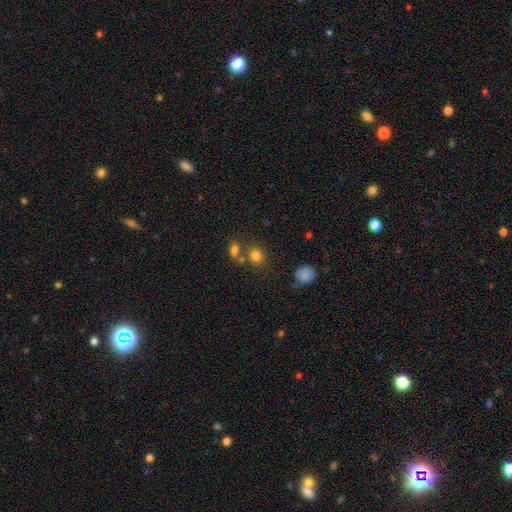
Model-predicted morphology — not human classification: Smooth or featured: smooth — 80% (star or artifact — 14%)
How rounded: round — 75% (in between — 24%)
Merging: none — 64% (merger — 21%)